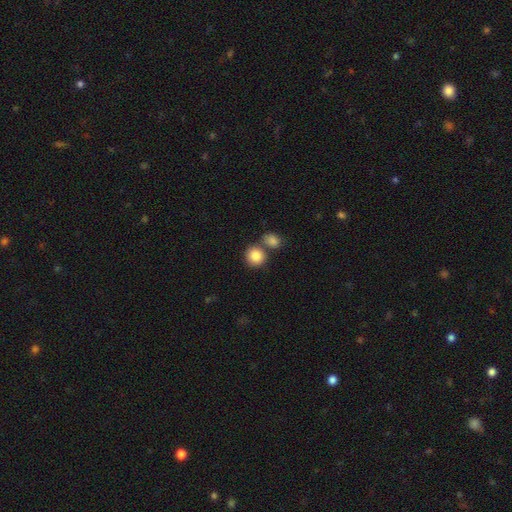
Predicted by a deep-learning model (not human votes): This appears to be a smooth galaxy with no disk features (85%) that is round (86%). Merging: none (62%).